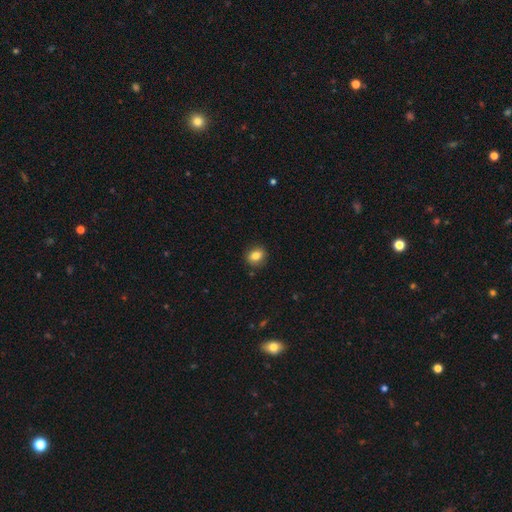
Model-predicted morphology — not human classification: The model was most divided on "how rounded": round: 60%, in between: 39%, cigar-shaped: 1%. More confident: merging — none (88%); smooth or featured — smooth (83%).